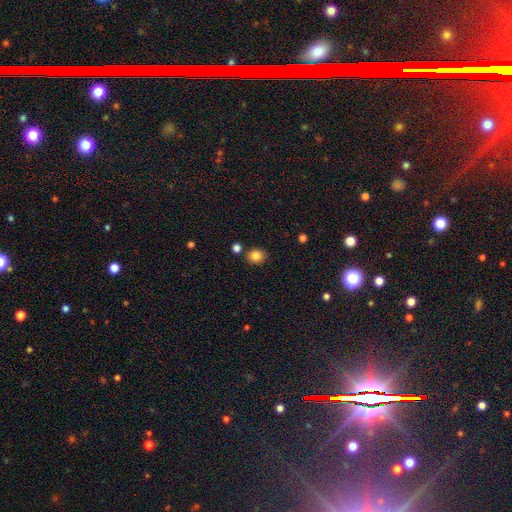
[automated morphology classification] The model was most divided on "how rounded": round: 65%, in between: 34%, cigar-shaped: 1%. More confident: smooth or featured — smooth (84%); merging — none (83%).